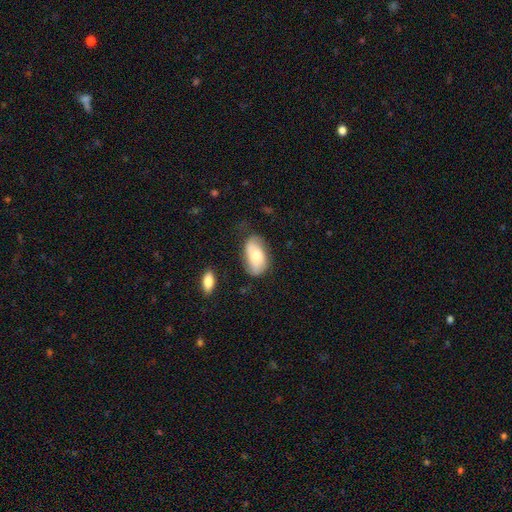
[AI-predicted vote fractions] Smooth or featured? Predicted: smooth (p=0.58). How rounded? Predicted: in between (p=0.93). Merging? Predicted: none (p=0.61).